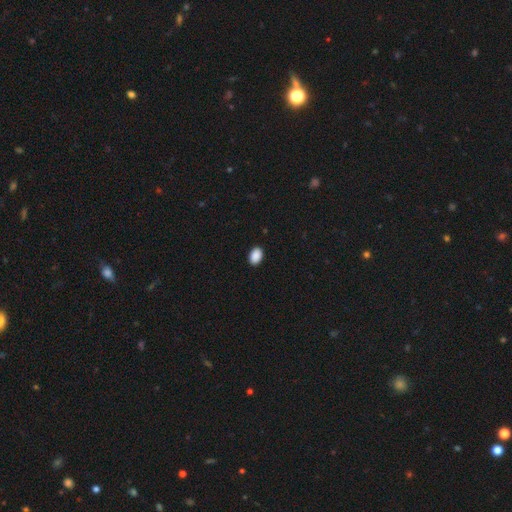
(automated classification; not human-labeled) This is clearly a smooth galaxy (90%). How rounded: clearly in between (87%). Merging: clearly none (90%).